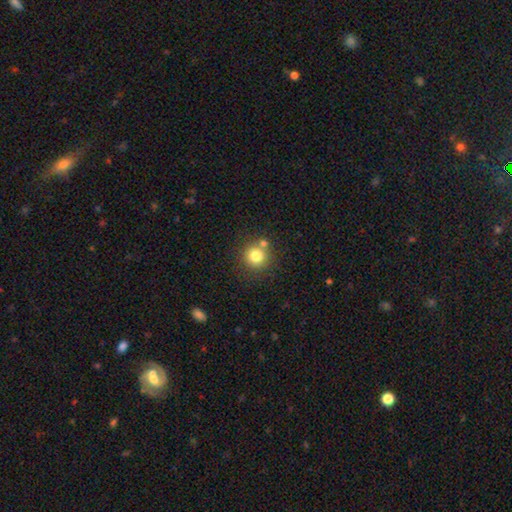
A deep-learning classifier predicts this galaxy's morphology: This is likely a smooth galaxy (79%). How rounded: clearly round (93%). Merging: likely none (72%).